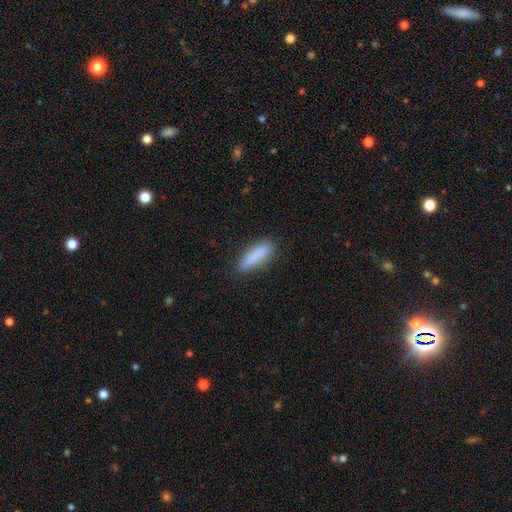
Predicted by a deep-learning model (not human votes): Q: Smooth or featured?
A: smooth (83%); runner-up: featured or disk (10%)
Q: How rounded?
A: cigar-shaped (73%); runner-up: in between (26%)
Q: Merging?
A: none (84%); runner-up: minor disturbance (11%)